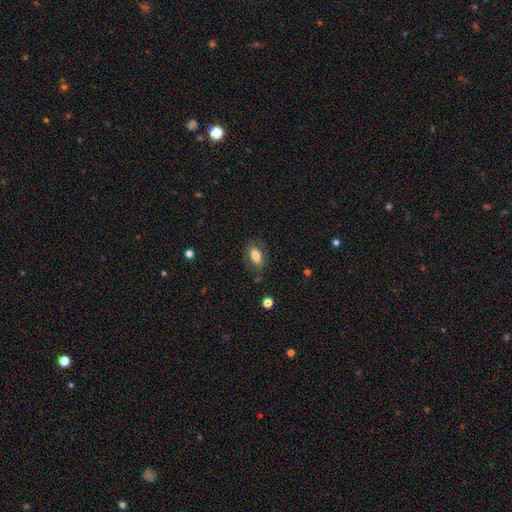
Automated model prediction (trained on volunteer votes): Morphology: type=smooth (69%); roundness=in between (87%); merging=none (75%).